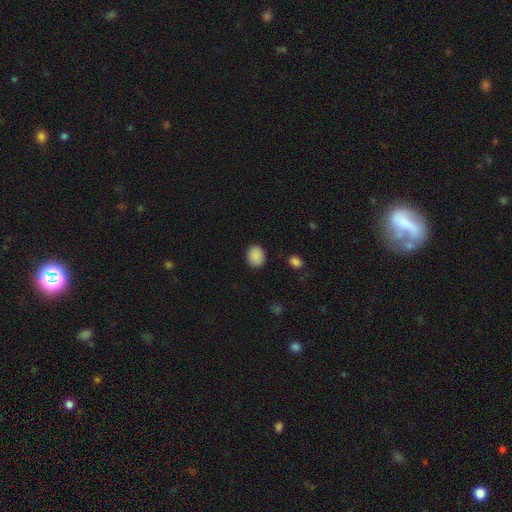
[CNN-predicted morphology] Q: Smooth or featured?
A: smooth (89%); runner-up: star or artifact (8%)
Q: How rounded?
A: round (58%); runner-up: in between (41%)
Q: Merging?
A: none (89%); runner-up: minor disturbance (8%)